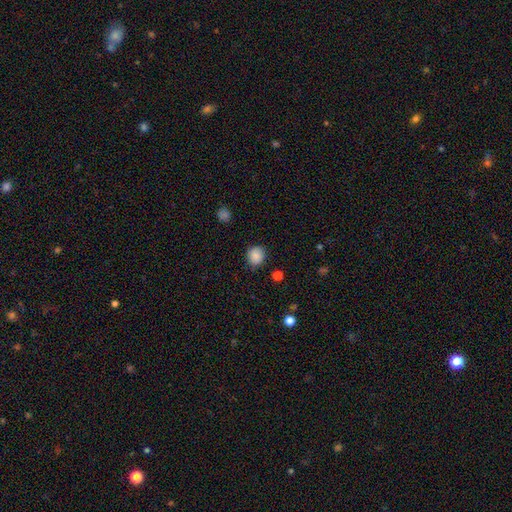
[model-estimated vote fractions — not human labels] A smooth galaxy with no disk features (87%) that is round (81%).

Vote fractions:
- Smooth or featured? smooth: 87% / star or artifact: 9% / featured or disk: 4%
- How rounded? round: 81% / in between: 18% / cigar-shaped: 1%
- Merging? none: 84% / minor disturbance: 12% / major disturbance: 3% / merger: 1%